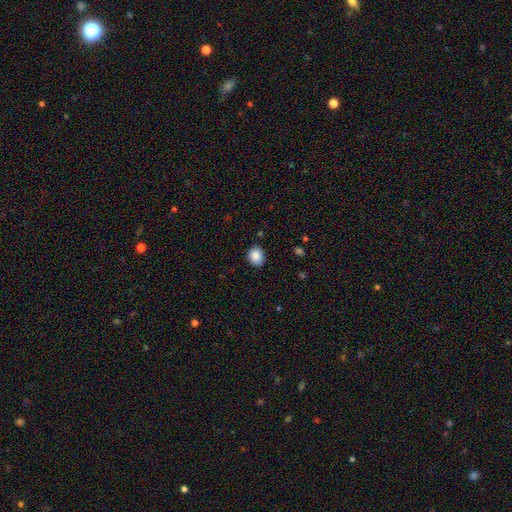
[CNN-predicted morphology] A smooth galaxy with no disk features (87%) that is round (59%).

Vote fractions:
- Smooth or featured? smooth: 87% / star or artifact: 9% / featured or disk: 4%
- How rounded? round: 59% / in between: 40% / cigar-shaped: 1%
- Merging? none: 81% / minor disturbance: 15% / major disturbance: 2% / merger: 1%